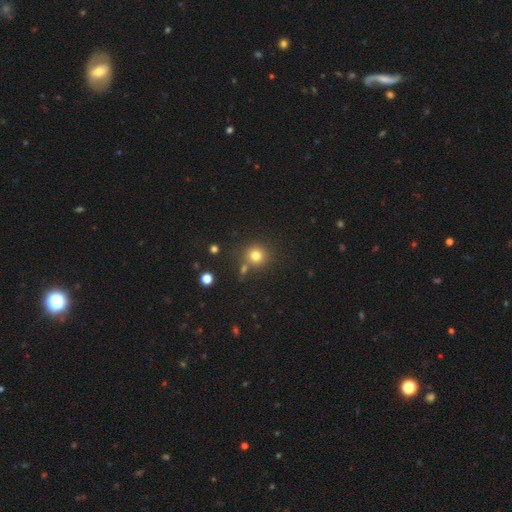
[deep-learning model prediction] This is likely a smooth galaxy (79%). How rounded: clearly round (91%). Merging: likely none (76%).